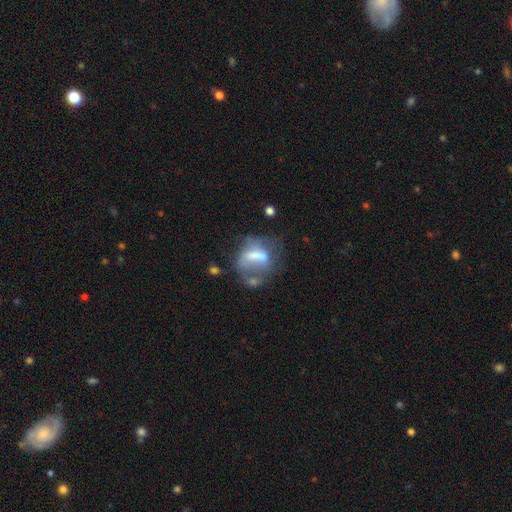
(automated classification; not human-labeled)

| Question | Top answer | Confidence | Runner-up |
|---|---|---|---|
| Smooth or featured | featured or disk | 48% | smooth (41%) |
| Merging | major disturbance | 39% | none (26%) |